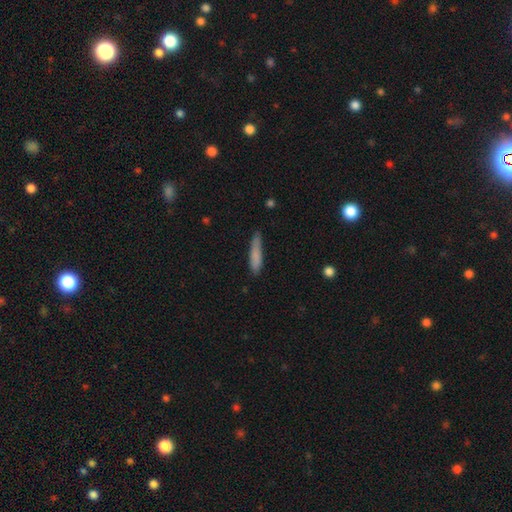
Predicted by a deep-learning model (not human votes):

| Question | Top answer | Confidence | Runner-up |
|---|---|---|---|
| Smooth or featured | smooth | 80% | featured or disk (13%) |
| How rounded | cigar-shaped | 88% | in between (11%) |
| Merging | none | 75% | minor disturbance (20%) |